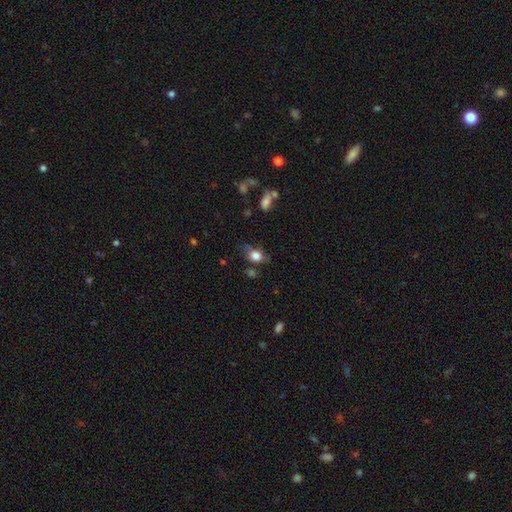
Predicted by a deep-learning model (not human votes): smooth-or-featured: smooth: 79% | featured or disk: 11% | star or artifact: 10%
  how-rounded: in between: 64% | round: 33% | cigar-shaped: 2%
  merging: none: 56% | minor disturbance: 29% | major disturbance: 11% | merger: 4%